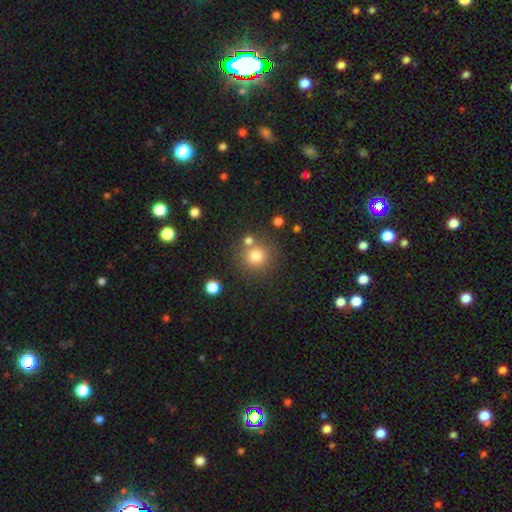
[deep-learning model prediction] smooth 78%, star or artifact 14%, featured or disk 8%. Down the decision tree: how rounded — round (93%); merging — none (75%).